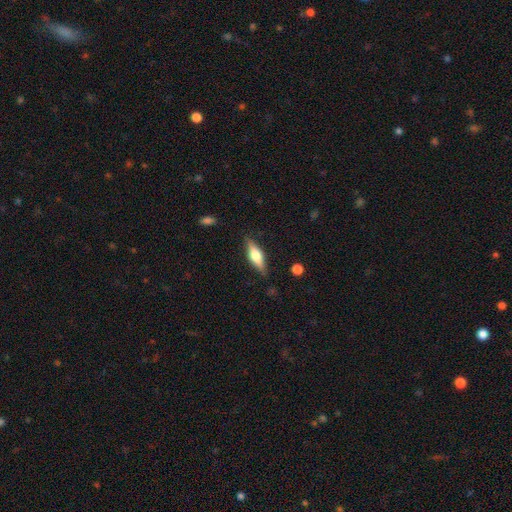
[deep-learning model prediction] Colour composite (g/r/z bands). It shows a featured or disk galaxy (49%). Merging: none (84%).